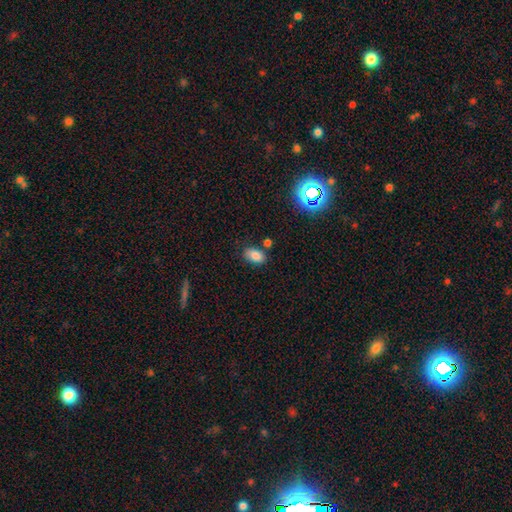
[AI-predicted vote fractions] This is clearly a smooth galaxy (81%). How rounded: clearly in between (89%). Merging: likely none (73%).